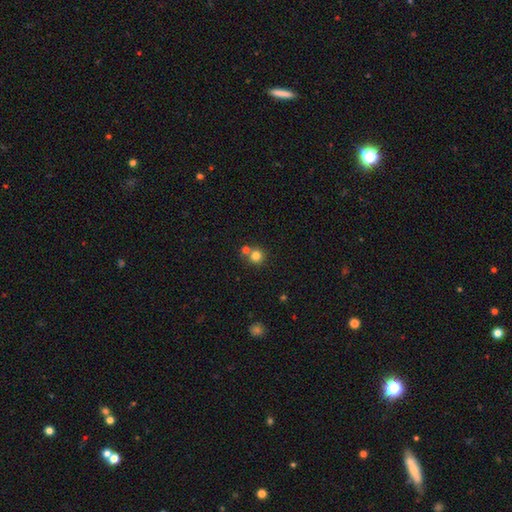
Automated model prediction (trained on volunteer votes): This appears to be a smooth galaxy with no disk features (80%) that is round (91%). Merging: none (61%).